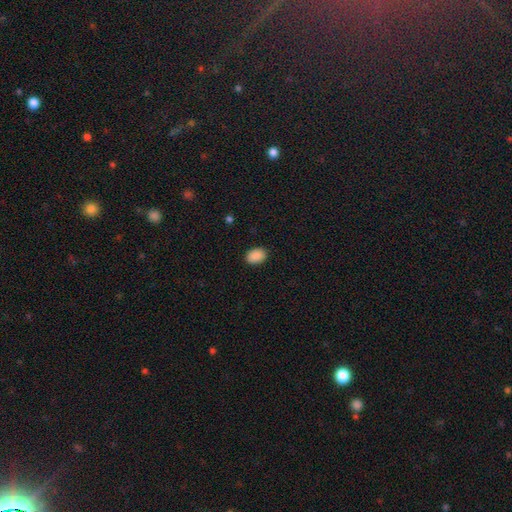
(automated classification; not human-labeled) A smooth galaxy with no disk features (90%) that is in between round and cigar-shaped (79%).

Vote fractions:
- Smooth or featured? smooth: 90% / star or artifact: 7% / featured or disk: 3%
- How rounded? in between: 79% / round: 20% / cigar-shaped: 1%
- Merging? none: 89% / minor disturbance: 8% / major disturbance: 2% / merger: 1%